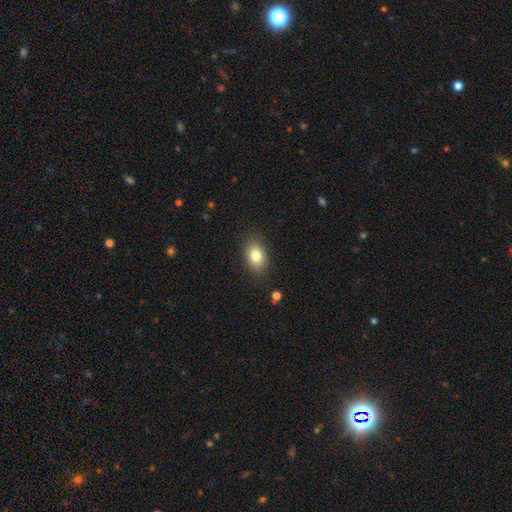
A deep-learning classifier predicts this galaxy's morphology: A smooth galaxy with no disk features (82%) that is in between round and cigar-shaped (81%). Merging: none (85%).